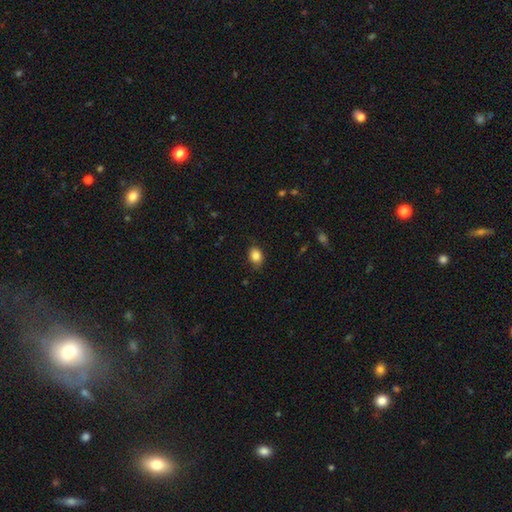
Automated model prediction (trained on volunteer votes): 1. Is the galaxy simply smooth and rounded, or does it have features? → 85% smooth, 9% star or artifact, 6% featured or disk.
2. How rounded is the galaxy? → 66% in between, 33% round, 1% cigar-shaped.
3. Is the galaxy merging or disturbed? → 79% none, 16% minor disturbance, 3% major disturbance, 1% merger.